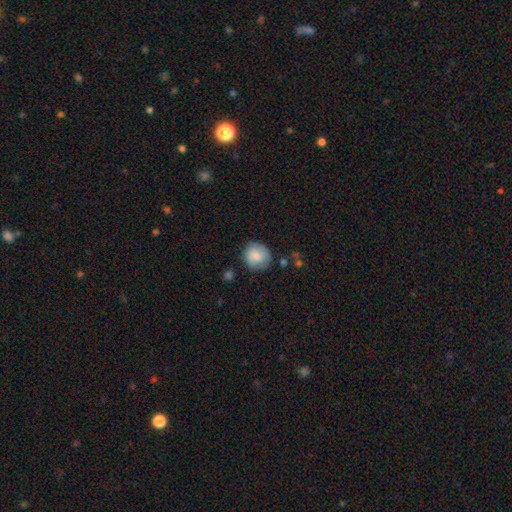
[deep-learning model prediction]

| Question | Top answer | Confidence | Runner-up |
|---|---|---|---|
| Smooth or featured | smooth | 76% | featured or disk (17%) |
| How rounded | round | 86% | in between (13%) |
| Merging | none | 73% | minor disturbance (19%) |